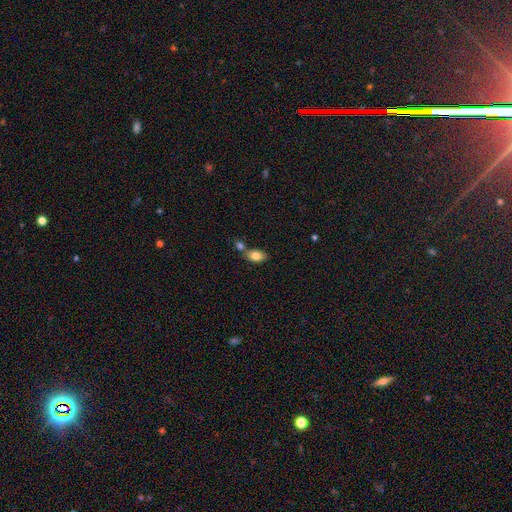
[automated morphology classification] Smooth or featured: smooth — 82% (featured or disk — 10%)
How rounded: in between — 87% (round — 11%)
Merging: none — 51% (merger — 33%)